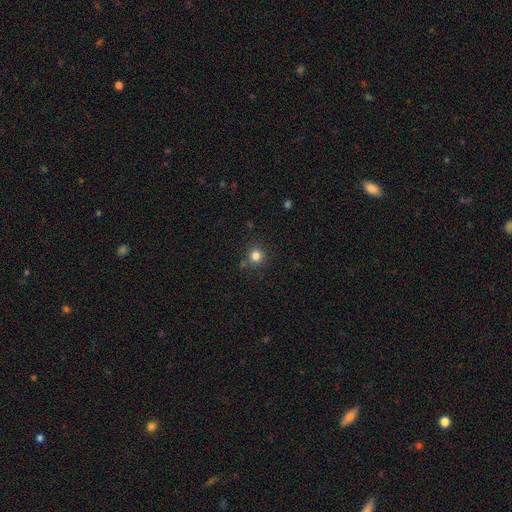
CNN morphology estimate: Overall: smooth (81%). How rounded: round (92%). Merging: none (82%).